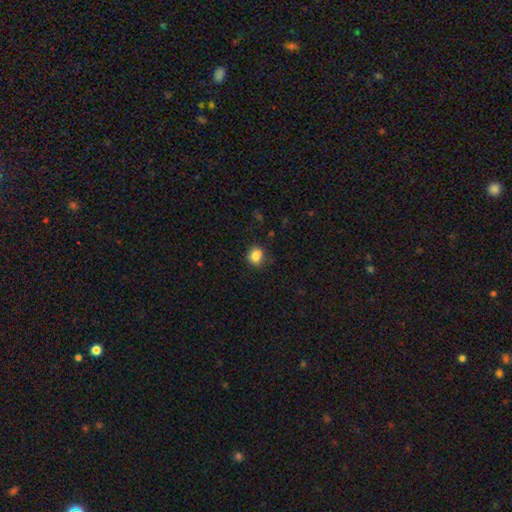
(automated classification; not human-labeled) Smooth or featured?
  - smooth: 82% *
  - star or artifact: 11%
  - featured or disk: 7%
How rounded?
  - round: 63% *
  - in between: 36%
  - cigar-shaped: 1%
Merging?
  - none: 66% *
  - minor disturbance: 22%
  - merger: 6%
  - major disturbance: 6%